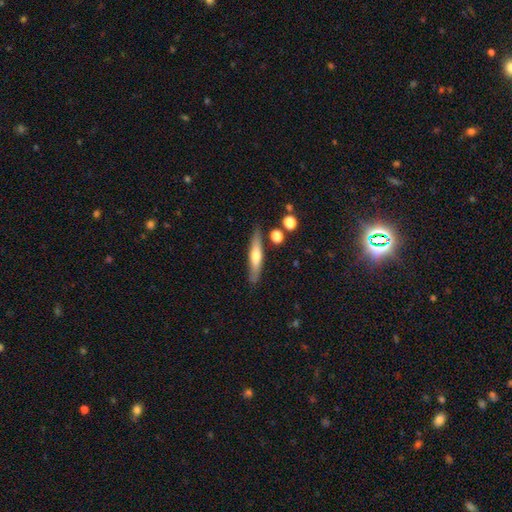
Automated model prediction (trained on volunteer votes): Overall: smooth (49%; featured or disk 44%). Merging: none (82%).